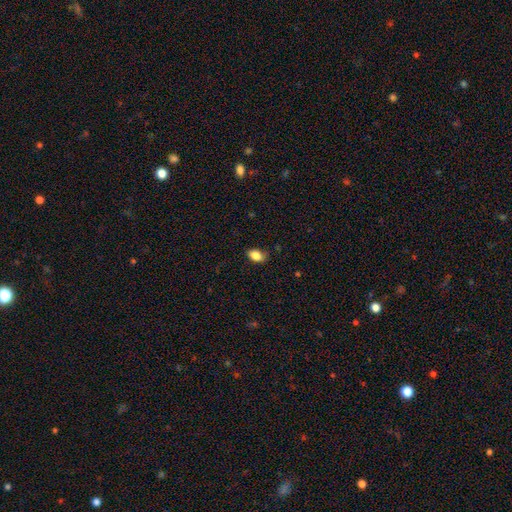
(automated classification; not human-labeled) A smooth galaxy with no disk features (86%) that is in between round and cigar-shaped (88%). Merging: none (83%).